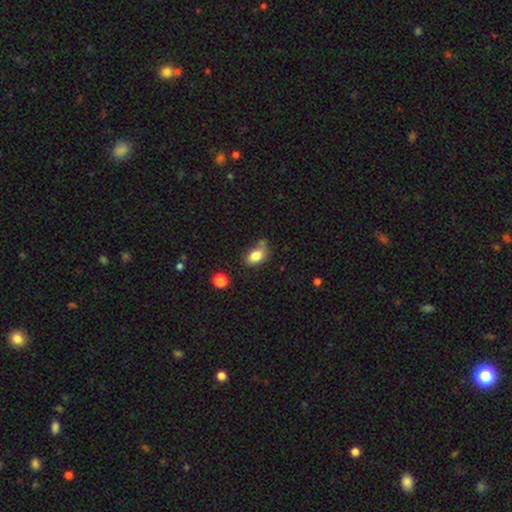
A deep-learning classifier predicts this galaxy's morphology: Overall: smooth (82%). How rounded: in between (85%). Merging: none (54%; minor disturbance 26%).